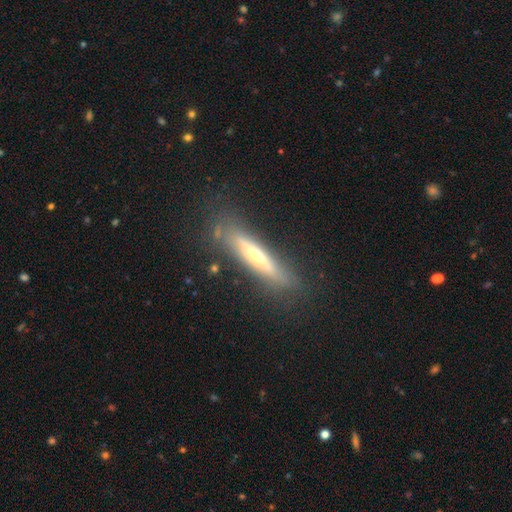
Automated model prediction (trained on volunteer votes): A featured or disk galaxy (55%) viewed edge-on (88%). Merging: none (81%).